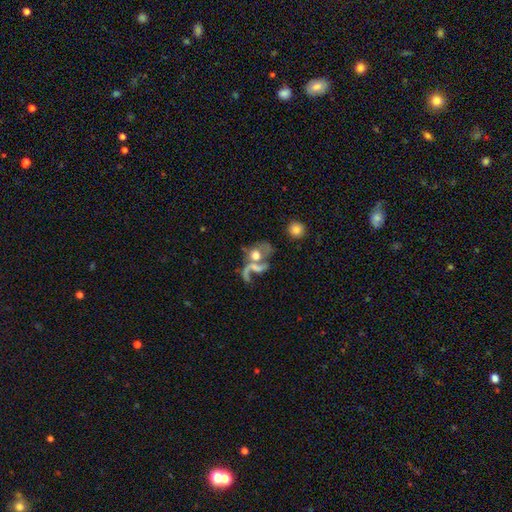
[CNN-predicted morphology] smooth_or_featured: featured or disk (p=0.60) [alt: smooth p=0.29]
disk_edge_on: no (p=0.96) [alt: yes p=0.04]
bar: no (p=0.71) [alt: weak p=0.21]
has_spiral_arms: yes (p=0.60) [alt: no p=0.40]
bulge_size: moderate (p=0.45) [alt: large p=0.20]
merging: merger (p=0.48) [alt: major disturbance p=0.27]